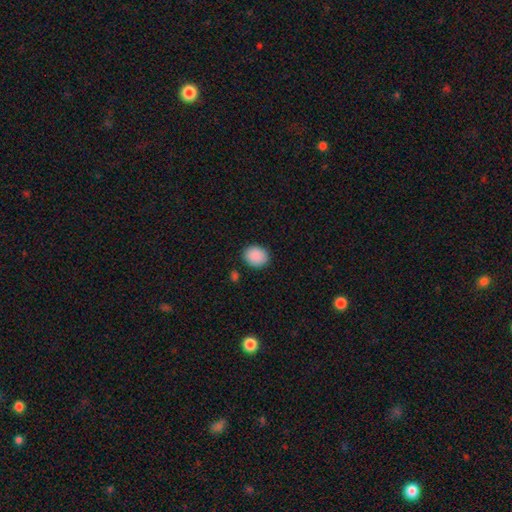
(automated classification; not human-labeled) This is clearly a smooth galaxy (90%). How rounded: likely round (63%). Merging: clearly none (87%).